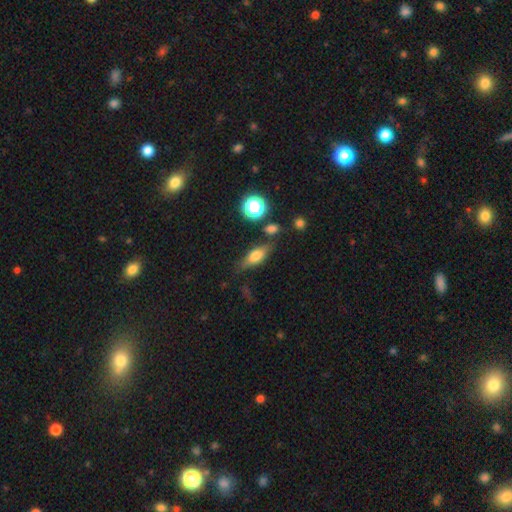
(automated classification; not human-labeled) Smooth or featured: smooth — 66% (featured or disk — 23%)
How rounded: in between — 67% (cigar-shaped — 25%)
Merging: none — 70% (minor disturbance — 18%)